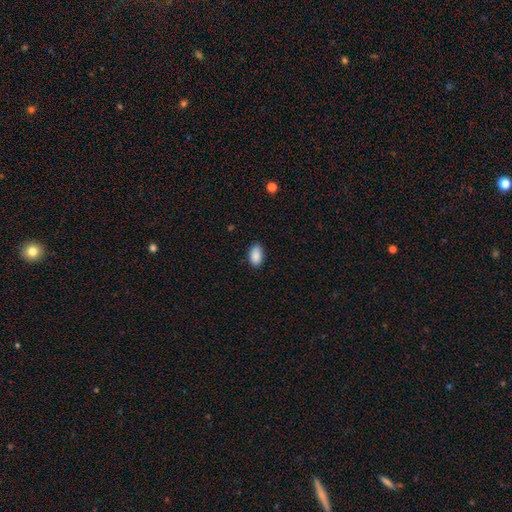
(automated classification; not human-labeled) Smooth or featured? Predicted: smooth (p=0.89). How rounded? Predicted: in between (p=0.93). Merging? Predicted: none (p=0.84).